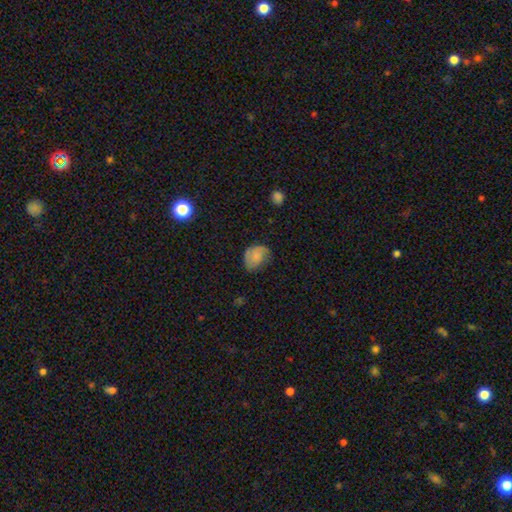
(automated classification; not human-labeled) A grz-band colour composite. It shows a smooth galaxy with no disk features (66%) that is in between round and cigar-shaped (64%). Merging: none (55%).